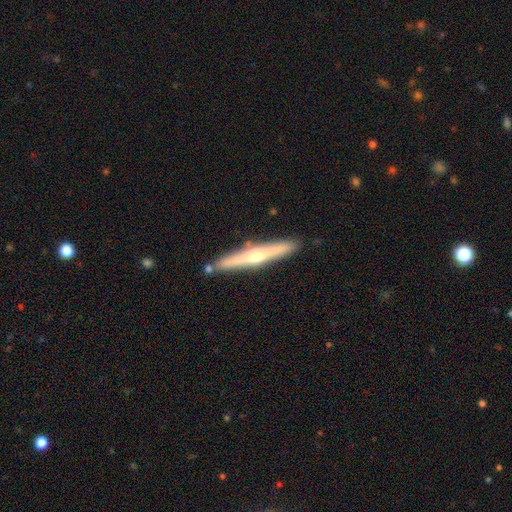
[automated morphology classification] Overall: featured or disk (59%; smooth 36%). Edge-on disk: yes (96%). Edge-on bulge: rounded (85%). Merging: none (83%).